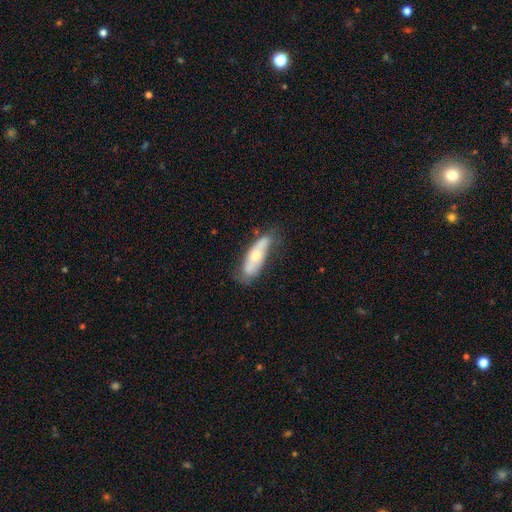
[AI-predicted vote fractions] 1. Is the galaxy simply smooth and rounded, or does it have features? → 47% smooth, 46% featured or disk, 6% star or artifact.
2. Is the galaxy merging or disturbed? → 64% none, 26% minor disturbance, 8% major disturbance, 3% merger.